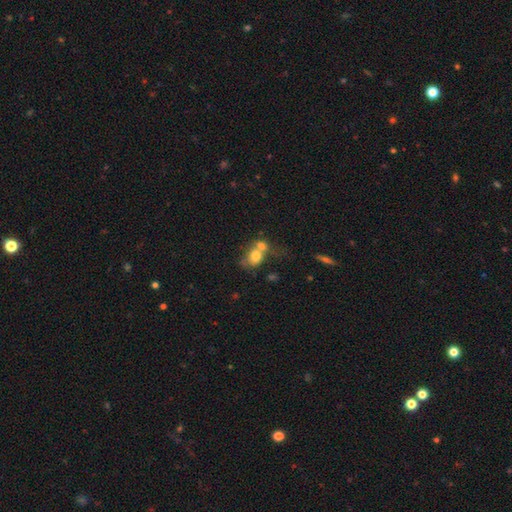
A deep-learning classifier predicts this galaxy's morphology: Smooth or featured?
  - smooth: 72% *
  - featured or disk: 19%
  - star or artifact: 10%
How rounded?
  - round: 51% *
  - in between: 48%
  - cigar-shaped: 1%
Merging?
  - merger: 63% *
  - none: 21%
  - minor disturbance: 9%
  - major disturbance: 7%